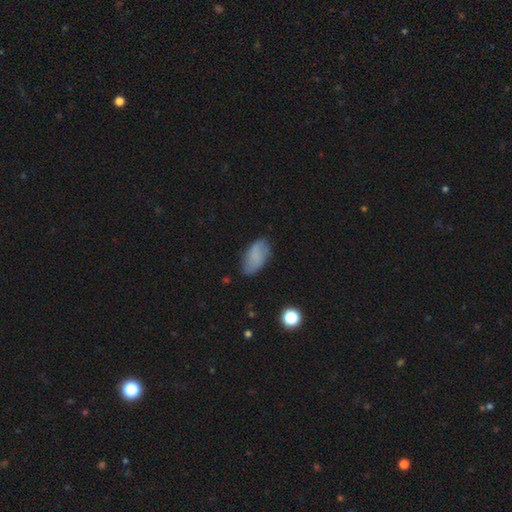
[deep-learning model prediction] Overall: smooth (79%). How rounded: in between (93%). Merging: none (75%).